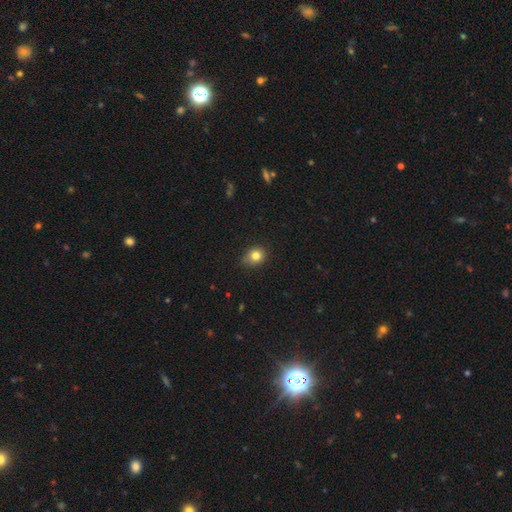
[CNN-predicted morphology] This is clearly a smooth galaxy (81%). How rounded: likely round (68%). Merging: likely none (75%).